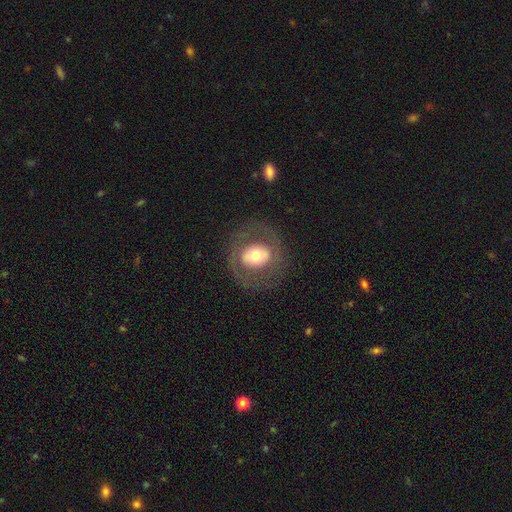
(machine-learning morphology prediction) featured or disk 53%, smooth 40%, star or artifact 8%. Down the decision tree: edge-on disk — no (95%); bar — no (60%); spiral arms — no (65%); bulge size — moderate (58%); merging — none (77%).